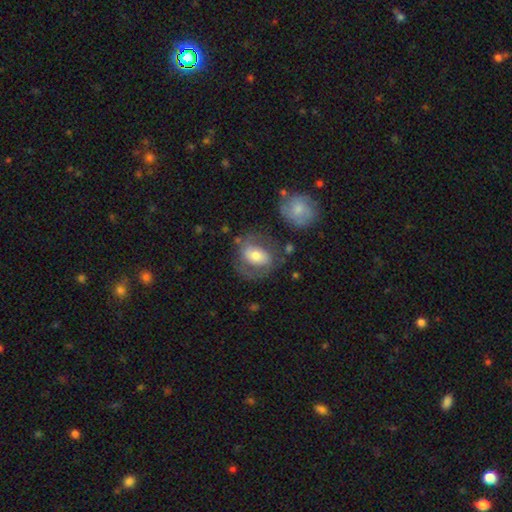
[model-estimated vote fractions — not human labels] Morphology: type=smooth (48%); merging=none (60%).